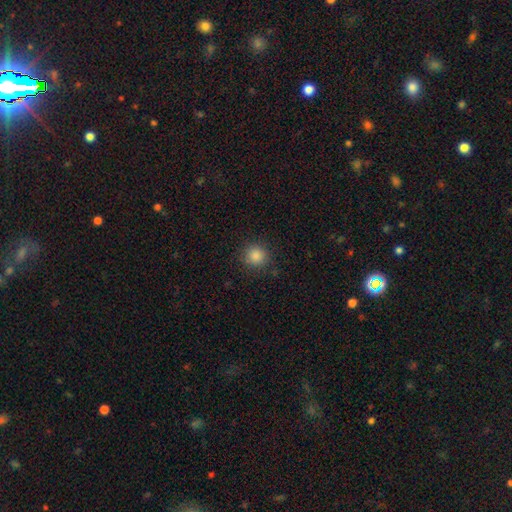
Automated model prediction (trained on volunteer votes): This is clearly a smooth galaxy (86%). How rounded: clearly round (92%). Merging: clearly none (87%).